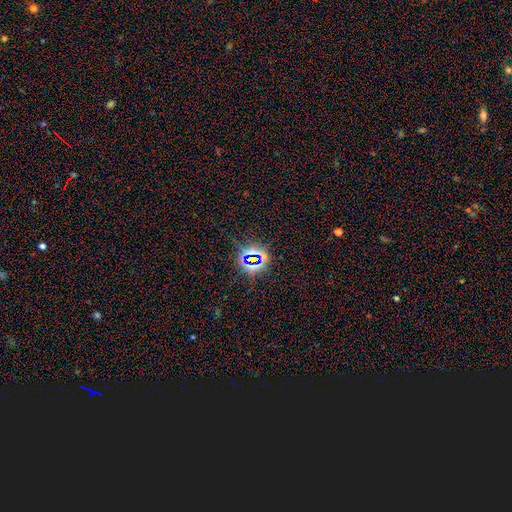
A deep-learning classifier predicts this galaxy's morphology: Overall: star or artifact (76%).